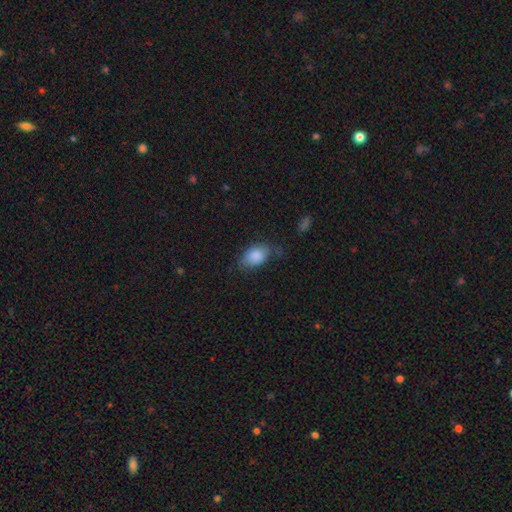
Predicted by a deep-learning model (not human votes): This is clearly a smooth galaxy (85%). How rounded: clearly in between (88%). Merging: possibly none (59%).